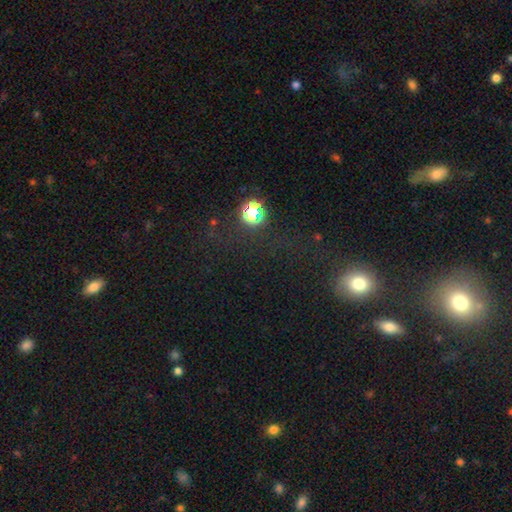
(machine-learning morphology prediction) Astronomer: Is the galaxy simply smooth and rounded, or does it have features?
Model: star or artifact — 49% (runner-up: smooth, 40%).